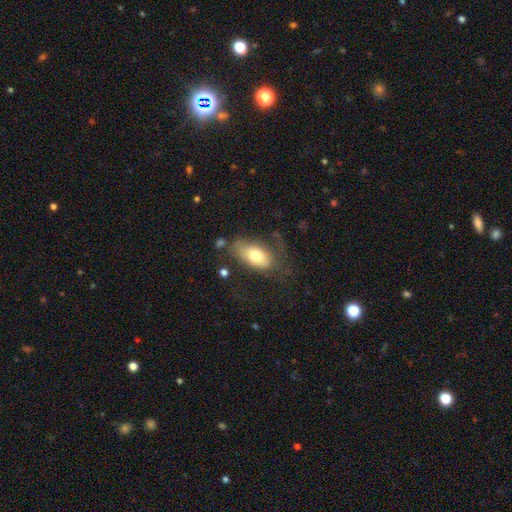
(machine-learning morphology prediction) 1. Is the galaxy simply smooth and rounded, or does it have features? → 71% smooth, 22% featured or disk, 7% star or artifact.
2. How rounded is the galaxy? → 91% in between, 5% cigar-shaped, 4% round.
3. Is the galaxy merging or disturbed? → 52% none, 25% minor disturbance, 19% major disturbance, 4% merger.